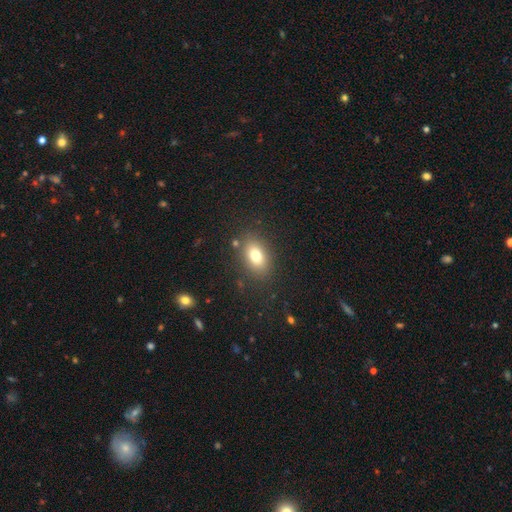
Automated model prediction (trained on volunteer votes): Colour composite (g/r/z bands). It shows a smooth galaxy with no disk features (76%) that is in between round and cigar-shaped (80%). Merging: none (84%).